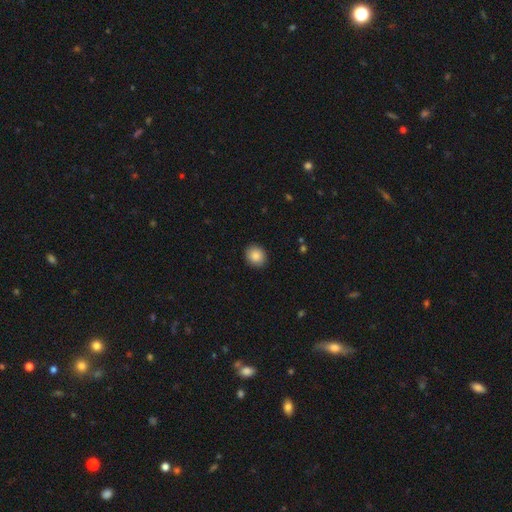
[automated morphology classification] Smooth or featured? smooth (88%)
How rounded? round (75%)
Merging? none (90%)